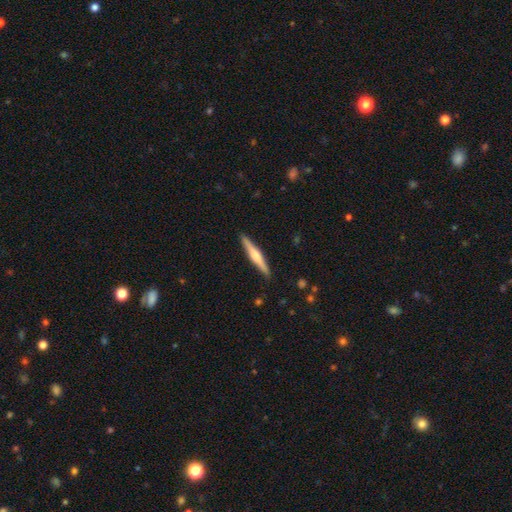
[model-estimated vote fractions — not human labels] The model was most divided on "smooth or featured": featured or disk: 61%, smooth: 34%, star or artifact: 5%. More confident: edge-on disk — yes (98%); merging — none (90%); edge-on bulge — rounded (76%).